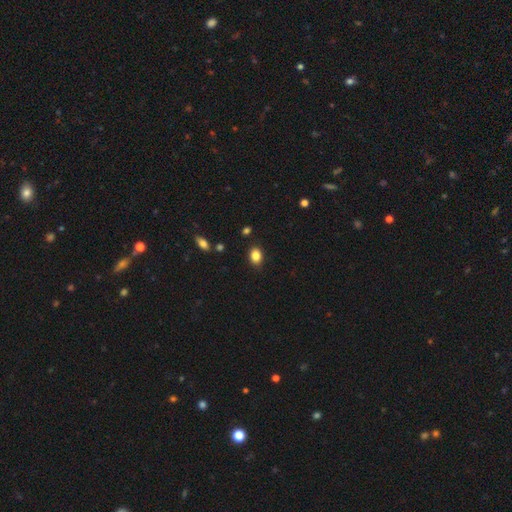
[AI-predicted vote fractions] Morphology: type=smooth (85%); roundness=in between (67%); merging=none (87%).